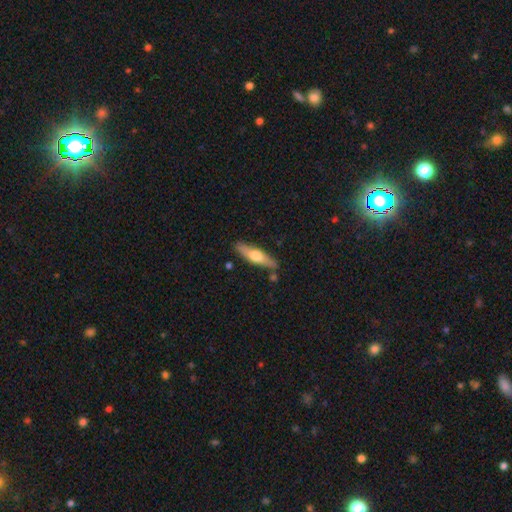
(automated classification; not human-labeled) Smooth or featured: smooth — 49% (featured or disk — 46%)
Merging: none — 82% (minor disturbance — 12%)